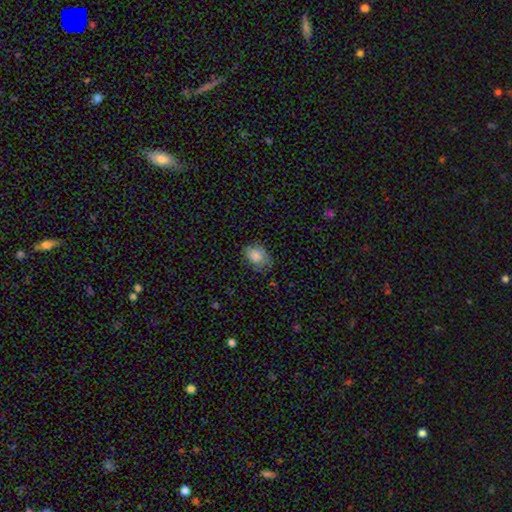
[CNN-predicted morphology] Smooth or featured? smooth (84%)
How rounded? in between (77%)
Merging? none (66%)